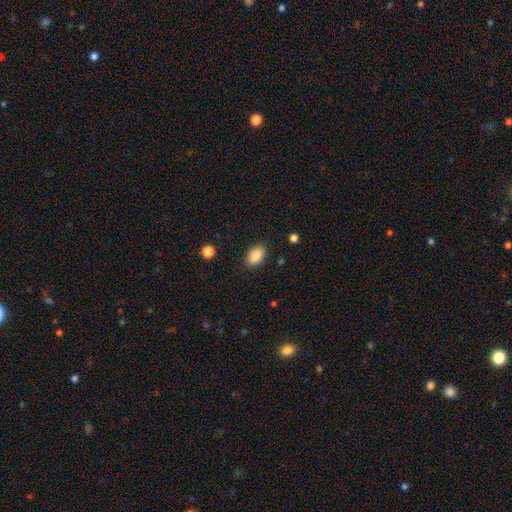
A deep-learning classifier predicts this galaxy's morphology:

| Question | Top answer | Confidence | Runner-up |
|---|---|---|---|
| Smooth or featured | smooth | 86% | star or artifact (8%) |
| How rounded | in between | 90% | round (9%) |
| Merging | none | 86% | minor disturbance (10%) |